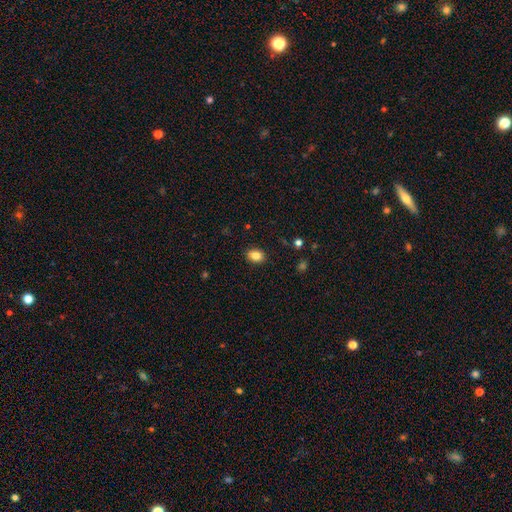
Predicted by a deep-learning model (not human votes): Smooth or featured?
  - smooth: 85% *
  - star or artifact: 9%
  - featured or disk: 6%
How rounded?
  - in between: 71% *
  - round: 28%
  - cigar-shaped: 1%
Merging?
  - none: 88% *
  - minor disturbance: 8%
  - major disturbance: 2%
  - merger: 1%